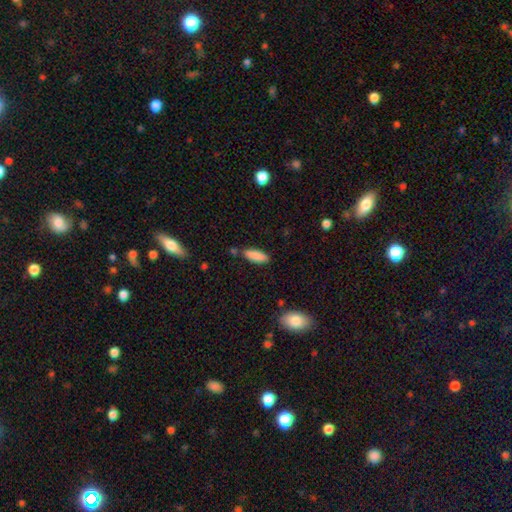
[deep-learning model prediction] smooth-or-featured: smooth: 87% | star or artifact: 7% | featured or disk: 6%
  how-rounded: in between: 60% | cigar-shaped: 38% | round: 2%
  merging: none: 78% | minor disturbance: 13% | merger: 6% | major disturbance: 3%